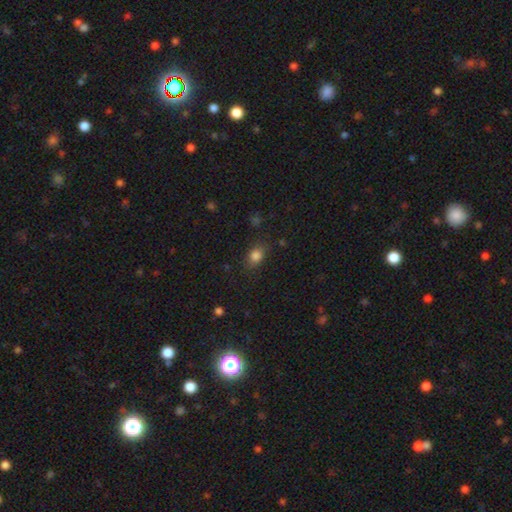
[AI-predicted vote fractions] Smooth or featured: smooth — 82% (star or artifact — 11%)
How rounded: in between — 65% (round — 33%)
Merging: none — 79% (minor disturbance — 15%)